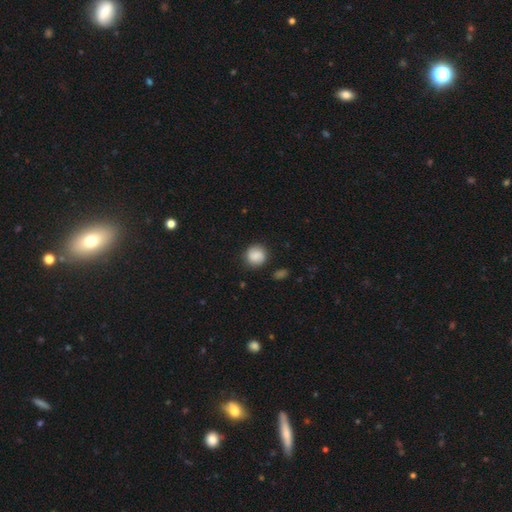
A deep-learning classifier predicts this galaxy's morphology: A smooth galaxy with no disk features (84%) that is round (87%). Merging: none (83%).